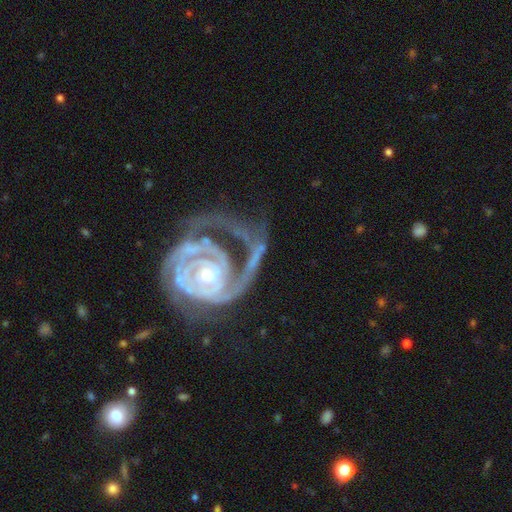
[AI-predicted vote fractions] A featured or disk galaxy (90%) with no bar (65%), 2 (45%) tight (72%) spiral arms (96%) and a small central bulge (56%). Merging: none (38%).